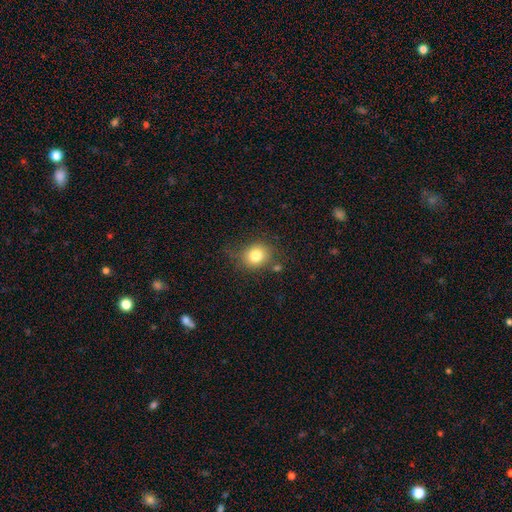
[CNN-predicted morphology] Smooth or featured? smooth (80%)
How rounded? round (72%)
Merging? none (70%)